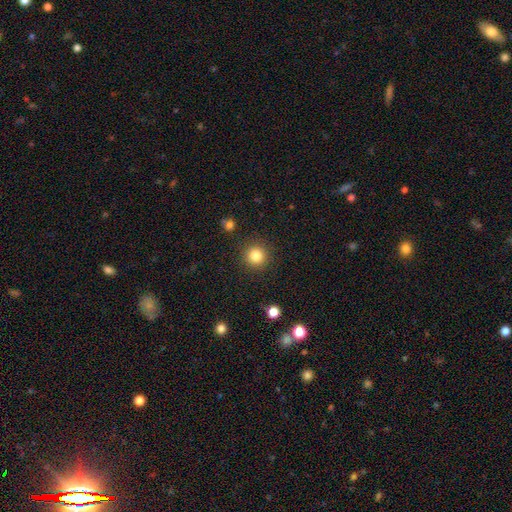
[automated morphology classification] smooth_or_featured: smooth (p=0.83) [alt: star or artifact p=0.12]
how_rounded: round (p=0.95) [alt: in between p=0.04]
merging: none (p=0.91) [alt: minor disturbance p=0.06]